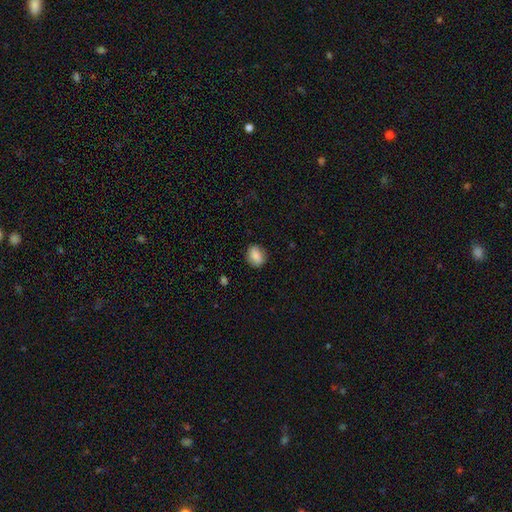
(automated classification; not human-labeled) Morphology: type=smooth (81%); roundness=in between (50%); merging=none (86%).